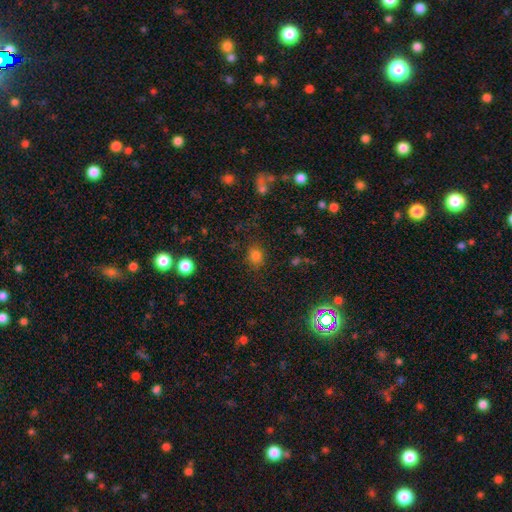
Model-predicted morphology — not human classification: smooth_or_featured: smooth (p=0.78) [alt: star or artifact p=0.16]
how_rounded: round (p=0.63) [alt: in between p=0.36]
merging: none (p=0.80) [alt: minor disturbance p=0.13]